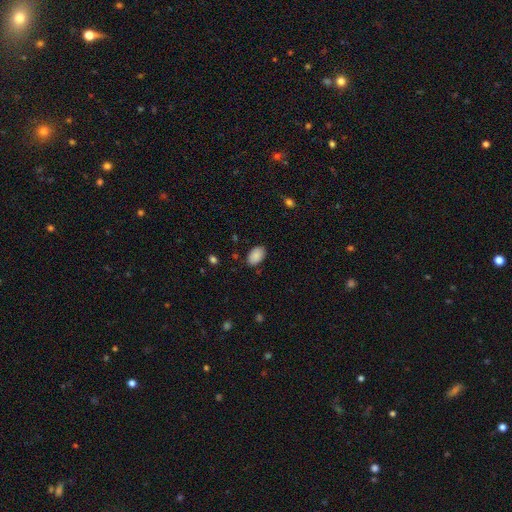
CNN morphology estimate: type=smooth (89%); roundness=in between (92%); merging=none (85%).